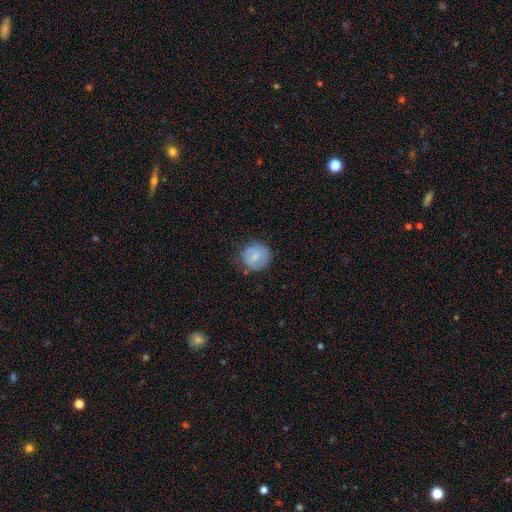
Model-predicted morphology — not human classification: smooth 57%, featured or disk 36%, star or artifact 7%. Down the decision tree: how rounded — round (85%); merging — none (65%).